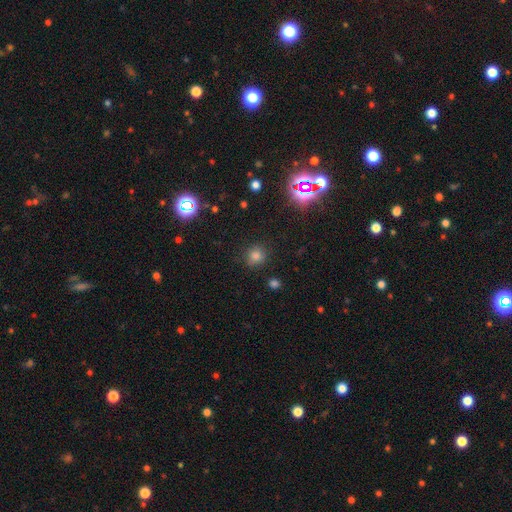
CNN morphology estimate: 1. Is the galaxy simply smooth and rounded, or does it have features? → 77% smooth, 17% star or artifact, 5% featured or disk.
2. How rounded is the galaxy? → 86% round, 13% in between, 1% cigar-shaped.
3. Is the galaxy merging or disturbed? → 84% none, 11% minor disturbance, 3% major disturbance, 2% merger.